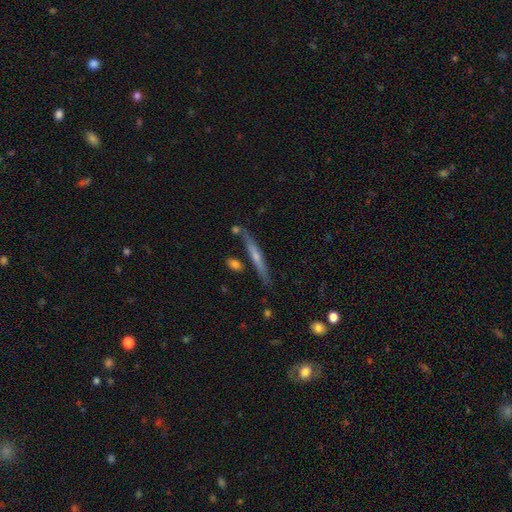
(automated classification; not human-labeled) This is possibly a featured or disk galaxy (57%). It is clearly viewed edge-on (95%). Edge-on bulge: possibly none (48%). Merging: clearly none (81%).